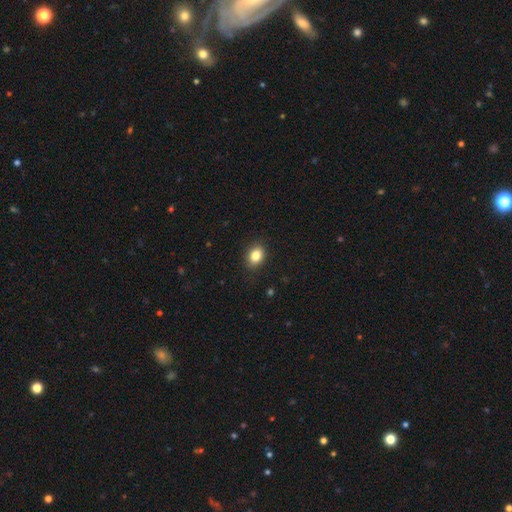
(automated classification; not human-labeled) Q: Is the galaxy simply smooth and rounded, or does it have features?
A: smooth — 84%.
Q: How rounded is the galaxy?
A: in between — 64%.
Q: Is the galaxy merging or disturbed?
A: none — 88%.